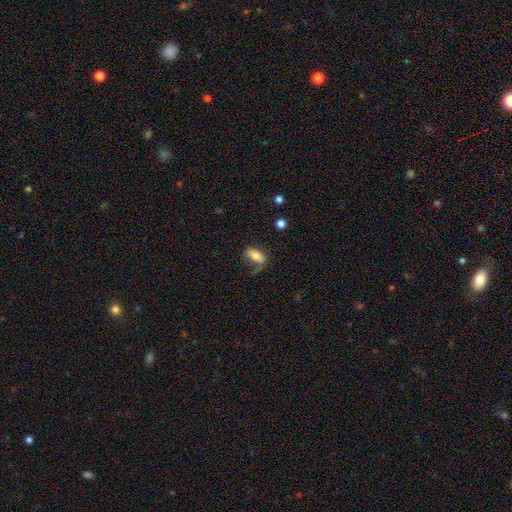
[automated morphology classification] Q: Smooth or featured?
A: smooth (74%); runner-up: featured or disk (18%)
Q: How rounded?
A: in between (79%); runner-up: cigar-shaped (17%)
Q: Merging?
A: none (55%); runner-up: minor disturbance (24%)